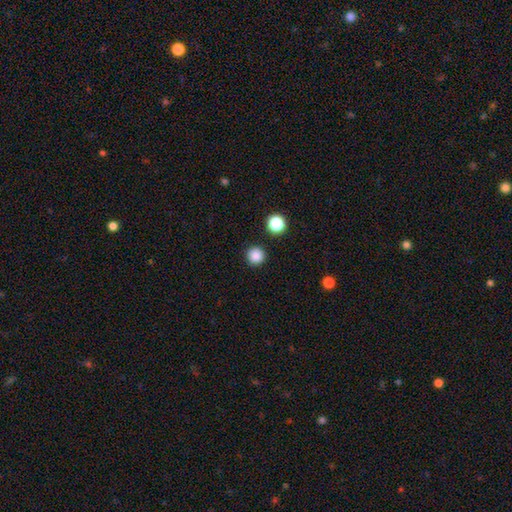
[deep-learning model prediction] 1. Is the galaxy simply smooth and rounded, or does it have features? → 86% smooth, 11% star or artifact, 3% featured or disk.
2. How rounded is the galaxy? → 96% round, 3% in between, 1% cigar-shaped.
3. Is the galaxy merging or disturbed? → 92% none, 5% minor disturbance, 2% merger, 2% major disturbance.